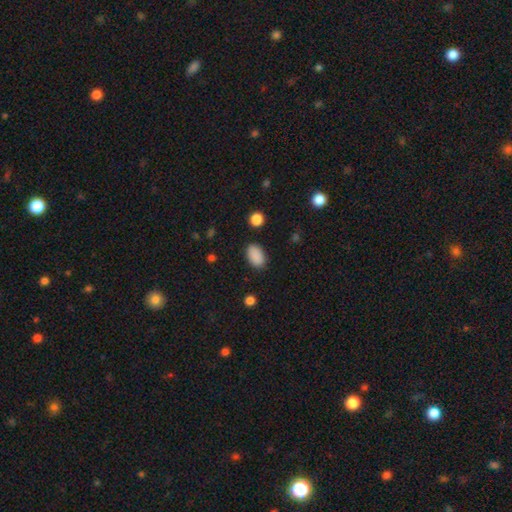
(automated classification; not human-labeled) Q: Smooth or featured?
A: smooth (89%); runner-up: star or artifact (8%)
Q: How rounded?
A: in between (91%); runner-up: round (8%)
Q: Merging?
A: none (87%); runner-up: minor disturbance (9%)